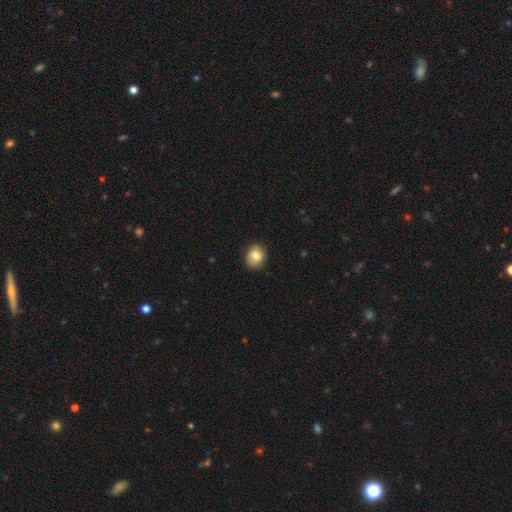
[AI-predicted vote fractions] This appears to be a smooth galaxy with no disk features (83%) that is round (52%). Merging: none (83%).